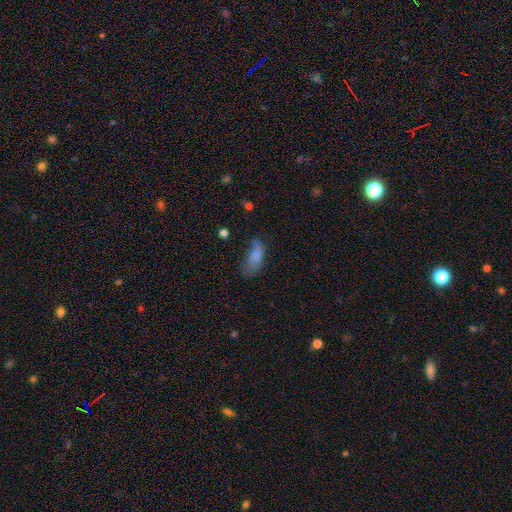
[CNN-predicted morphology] This appears to be a smooth galaxy with no disk features (79%) that is in between round and cigar-shaped (82%). Merging: none (42%).